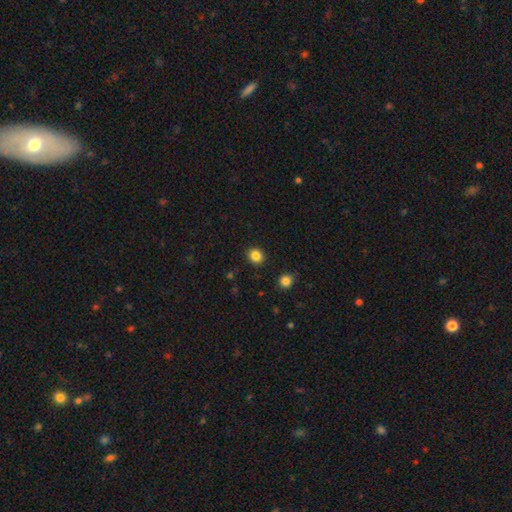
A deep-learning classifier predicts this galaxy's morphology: Smooth or featured? Predicted: smooth (p=0.85). How rounded? Predicted: round (p=0.80). Merging? Predicted: none (p=0.90).